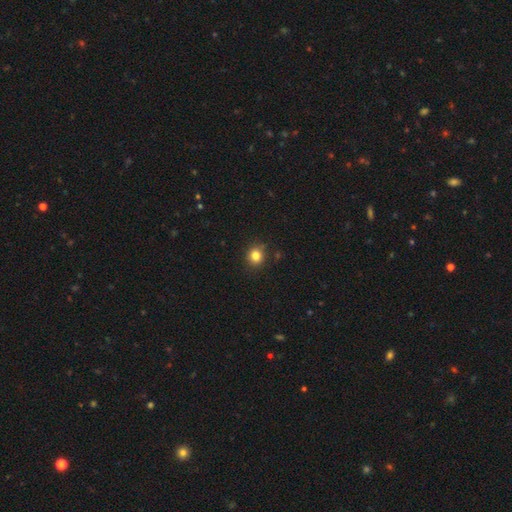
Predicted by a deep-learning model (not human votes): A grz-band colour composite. It shows a smooth galaxy with no disk features (83%) that is round (79%). Merging: none (86%).